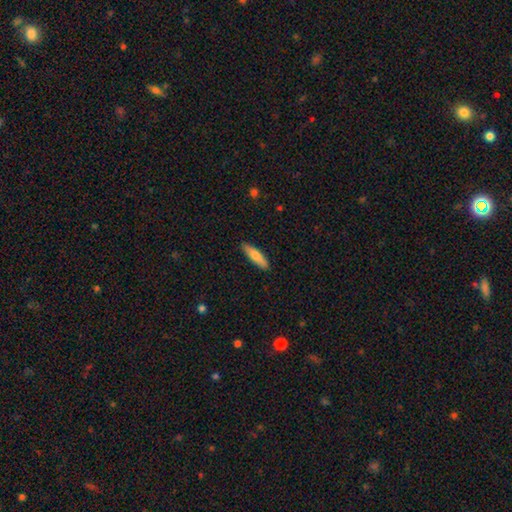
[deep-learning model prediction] Smooth or featured? smooth (75%)
How rounded? cigar-shaped (69%)
Merging? none (88%)